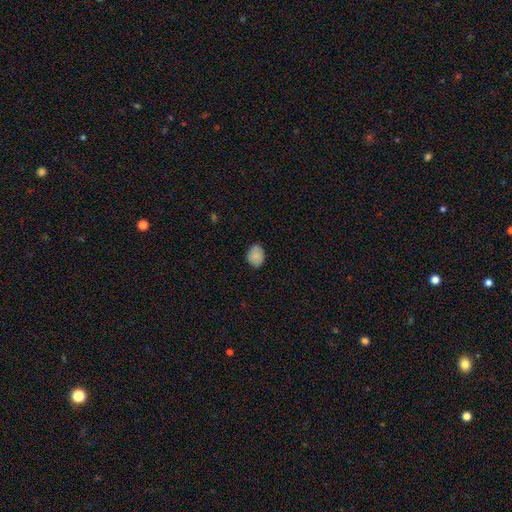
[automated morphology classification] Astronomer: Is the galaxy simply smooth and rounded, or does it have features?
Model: smooth — 85%.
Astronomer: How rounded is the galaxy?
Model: in between — 58% (runner-up: round, 41%).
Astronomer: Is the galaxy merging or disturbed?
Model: none — 72%.